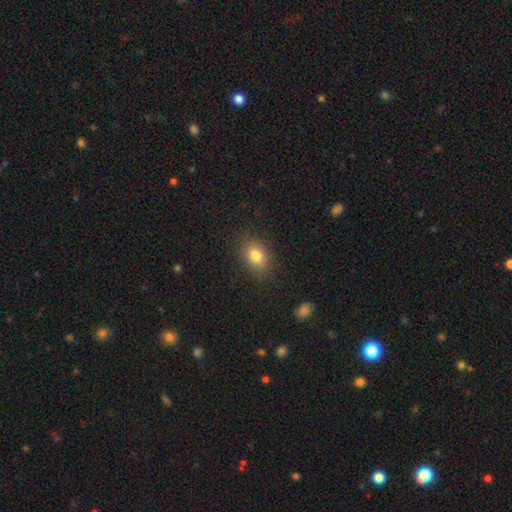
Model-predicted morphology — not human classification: This is clearly a smooth galaxy (80%). How rounded: likely in between (64%). Merging: clearly none (85%).